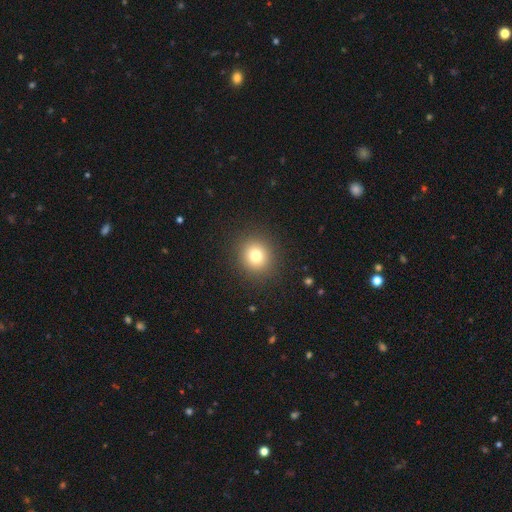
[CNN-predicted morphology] Overall: smooth (78%). How rounded: round (86%). Merging: none (90%).